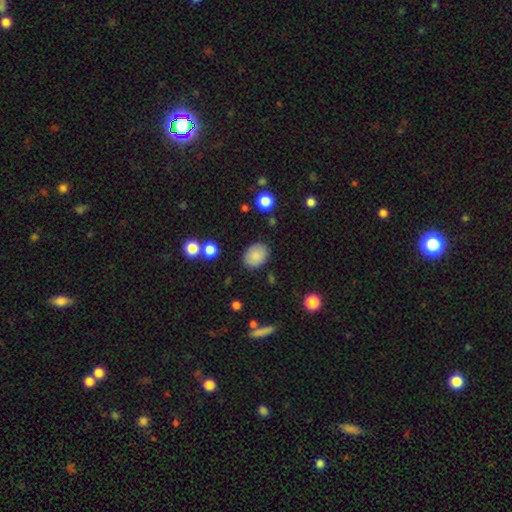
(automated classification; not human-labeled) smooth_or_featured: smooth (p=0.86) [alt: star or artifact p=0.08]
how_rounded: in between (p=0.66) [alt: round p=0.33]
merging: none (p=0.85) [alt: minor disturbance p=0.10]